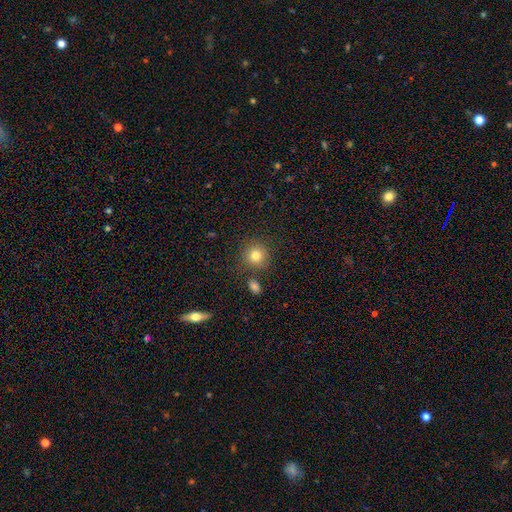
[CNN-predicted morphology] A smooth galaxy with no disk features (81%) that is round (90%). Merging: none (81%).